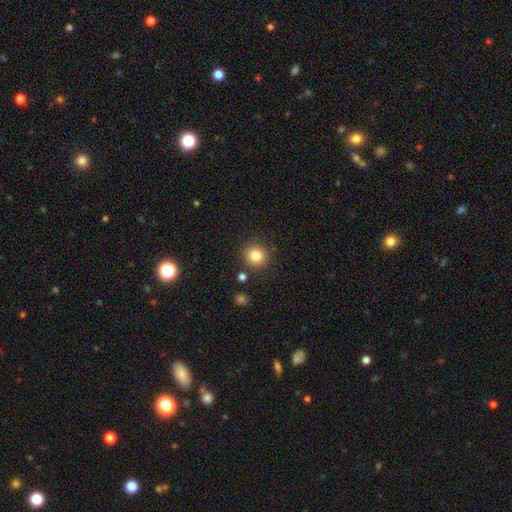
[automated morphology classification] The model was most divided on "smooth or featured": smooth: 83%, star or artifact: 11%, featured or disk: 6%. More confident: how rounded — round (94%); merging — none (87%).